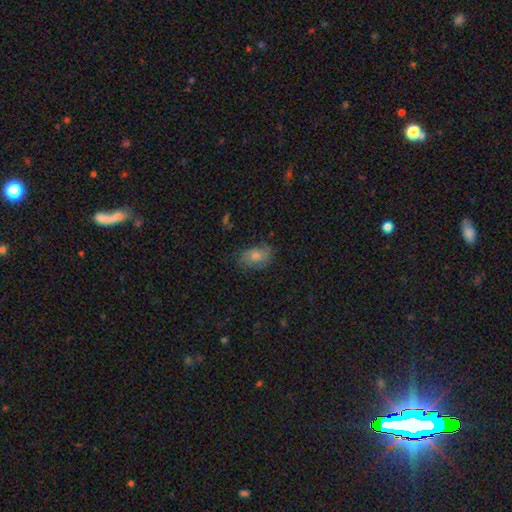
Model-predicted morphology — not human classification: A smooth galaxy with no disk features (52%) that is in between round and cigar-shaped (82%).

Vote fractions:
- Smooth or featured? smooth: 52% / featured or disk: 34% / star or artifact: 14%
- How rounded? in between: 82% / round: 15% / cigar-shaped: 3%
- Merging? none: 74% / minor disturbance: 19% / major disturbance: 6% / merger: 1%